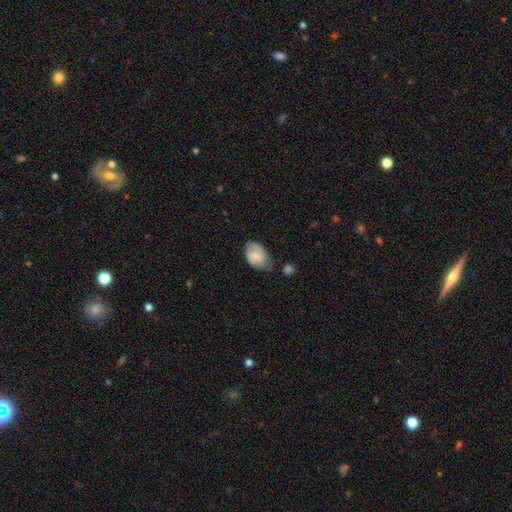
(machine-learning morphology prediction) Smooth or featured? smooth (60%)
How rounded? in between (86%)
Merging? none (55%)